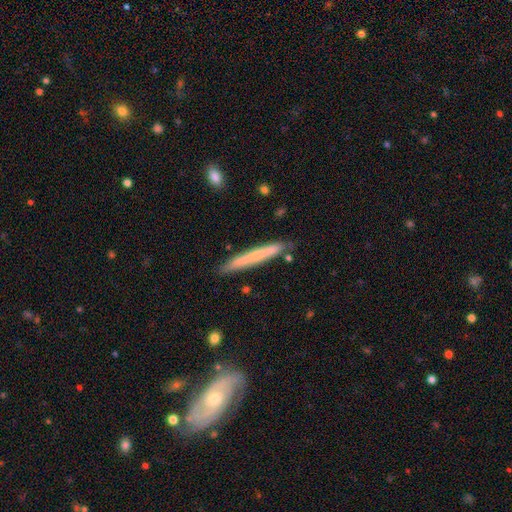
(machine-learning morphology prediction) smooth-or-featured: smooth: 63% | featured or disk: 31% | star or artifact: 6%
  how-rounded: cigar-shaped: 97% | in between: 2% | round: 1%
  merging: none: 86% | minor disturbance: 10% | merger: 2% | major disturbance: 2%